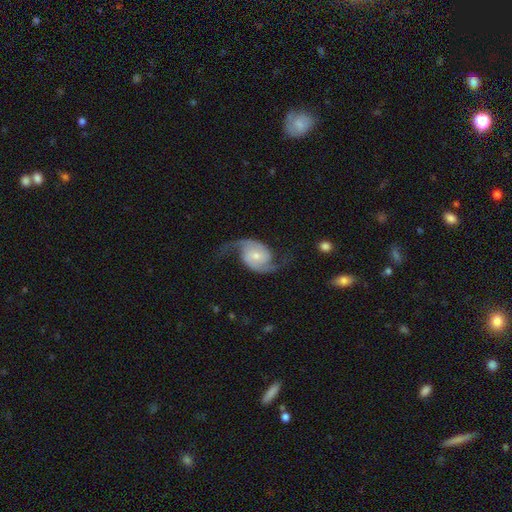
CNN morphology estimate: smooth-or-featured: featured or disk: 89% | smooth: 6% | star or artifact: 5%
  disk-edge-on: no: 98% | yes: 2%
    bar: no: 56% | weak: 33% | strong: 11%
    has-spiral-arms: yes: 97% | no: 3%
      spiral-winding: loose: 65% | medium: 28% | tight: 7%
      spiral-arm-count: 2: 94% | can't tell: 1% | 1: 1% | 3: 1% | 4: 1% | more than 4: 1%
    bulge-size: small: 53% | moderate: 38% | large: 4% | none: 3% | dominant: 2%
  merging: none: 73% | minor disturbance: 14% | major disturbance: 11% | merger: 2%